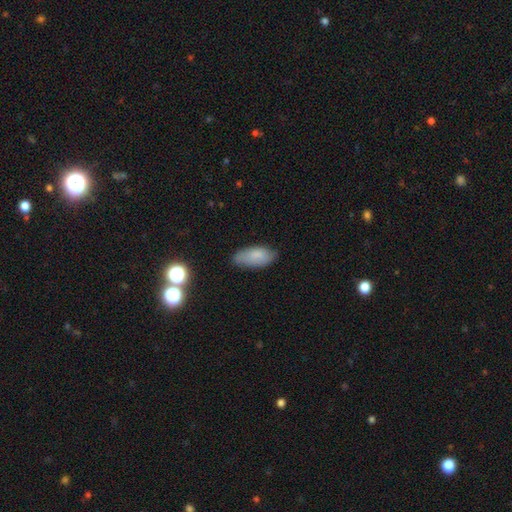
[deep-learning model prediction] smooth-or-featured: smooth: 81% | featured or disk: 11% | star or artifact: 8%
  how-rounded: in between: 88% | cigar-shaped: 10% | round: 2%
  merging: none: 74% | minor disturbance: 20% | major disturbance: 4% | merger: 2%